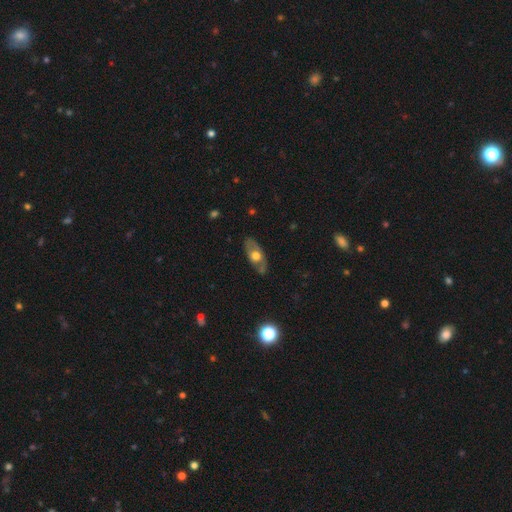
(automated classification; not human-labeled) smooth_or_featured: featured or disk (p=0.54) [alt: smooth p=0.39]
disk_edge_on: no (p=0.72) [alt: yes p=0.28]
merging: none (p=0.73) [alt: minor disturbance p=0.19]